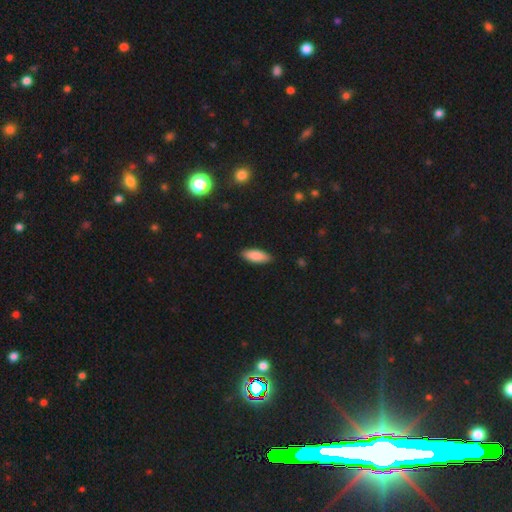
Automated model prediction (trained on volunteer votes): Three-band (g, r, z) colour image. It shows a smooth galaxy with no disk features (87%) that is in between round and cigar-shaped (77%). Merging: none (88%).